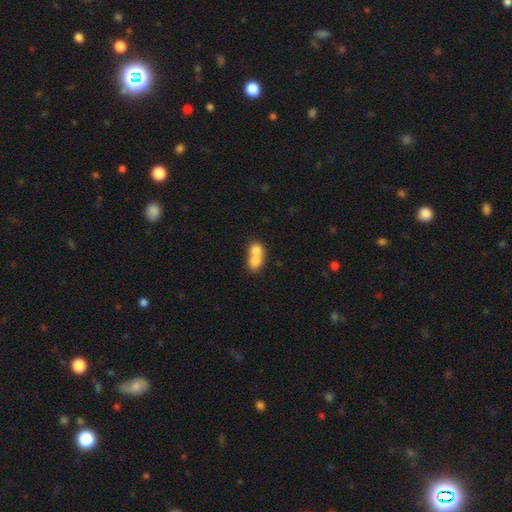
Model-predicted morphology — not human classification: Smooth or featured? Predicted: smooth (p=0.73). How rounded? Predicted: in between (p=0.51). Merging? Predicted: merger (p=0.74).